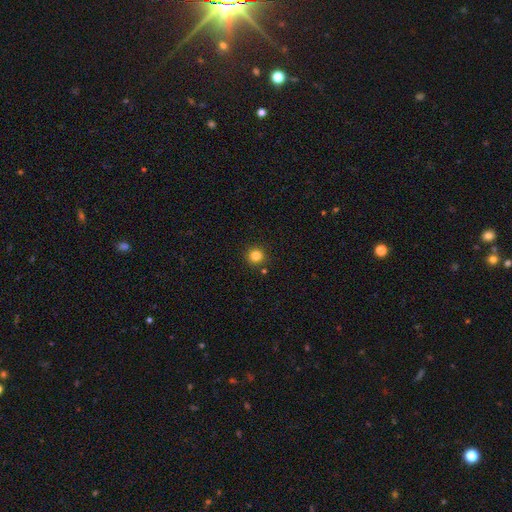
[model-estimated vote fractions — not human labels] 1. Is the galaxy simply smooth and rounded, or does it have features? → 83% smooth, 13% star or artifact, 4% featured or disk.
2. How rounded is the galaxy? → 95% round, 4% in between, 1% cigar-shaped.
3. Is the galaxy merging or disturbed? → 90% none, 5% minor disturbance, 3% merger, 2% major disturbance.